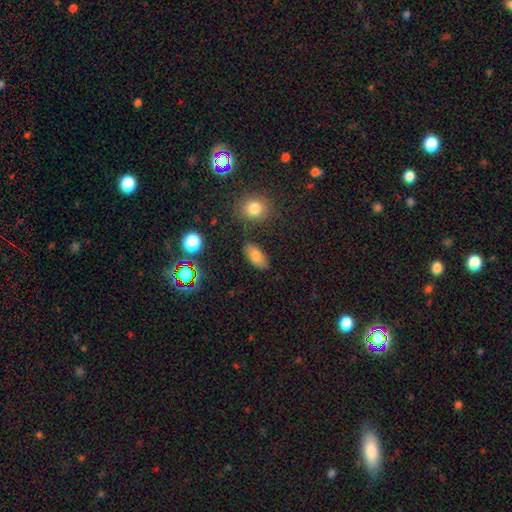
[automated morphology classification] This is likely a smooth galaxy (79%). How rounded: clearly in between (89%). Merging: clearly none (82%).